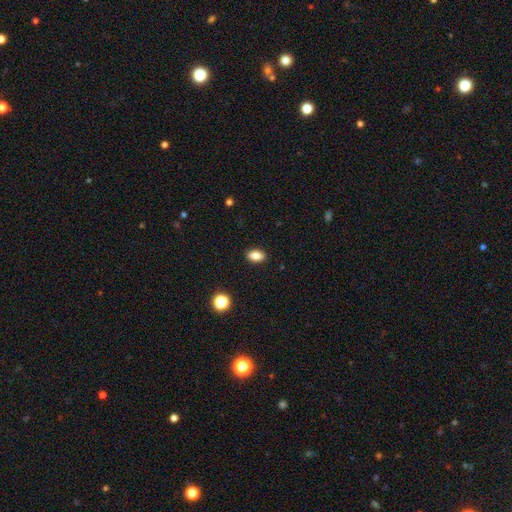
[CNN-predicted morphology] Smooth or featured: smooth — 84% (star or artifact — 10%)
How rounded: in between — 87% (round — 11%)
Merging: none — 90% (minor disturbance — 7%)